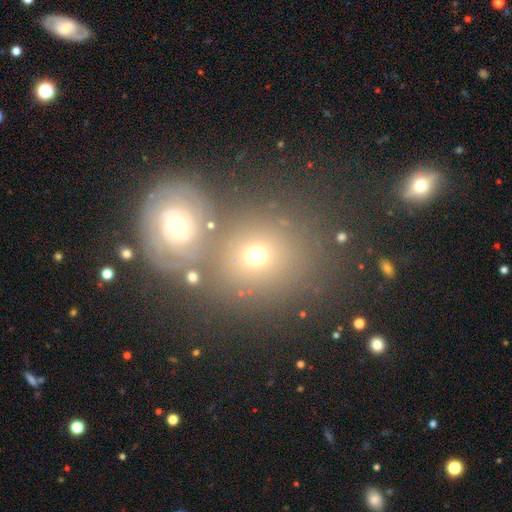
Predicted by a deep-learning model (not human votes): Q: Smooth or featured?
A: smooth (68%); runner-up: star or artifact (20%)
Q: How rounded?
A: round (72%); runner-up: in between (26%)
Q: Merging?
A: none (55%); runner-up: merger (29%)